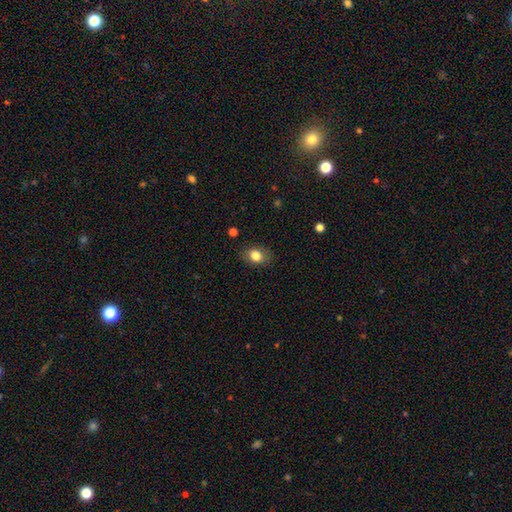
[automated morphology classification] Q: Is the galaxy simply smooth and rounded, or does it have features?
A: smooth — 82%.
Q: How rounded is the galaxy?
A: in between — 69%.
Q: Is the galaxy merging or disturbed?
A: none — 83%.